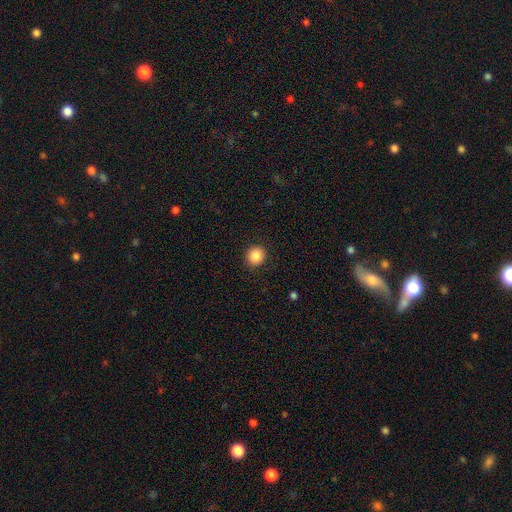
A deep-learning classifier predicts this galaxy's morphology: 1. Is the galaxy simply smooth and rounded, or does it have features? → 87% smooth, 9% star or artifact, 4% featured or disk.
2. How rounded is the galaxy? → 90% round, 9% in between, 1% cigar-shaped.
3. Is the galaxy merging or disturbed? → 92% none, 5% minor disturbance, 2% major disturbance, 1% merger.